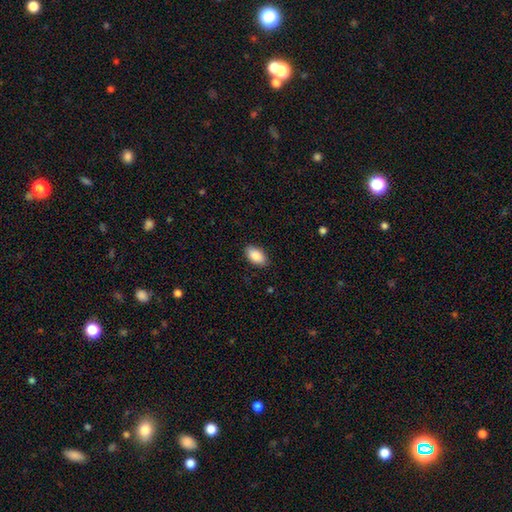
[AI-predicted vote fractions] Smooth or featured? smooth (89%)
How rounded? in between (94%)
Merging? none (88%)